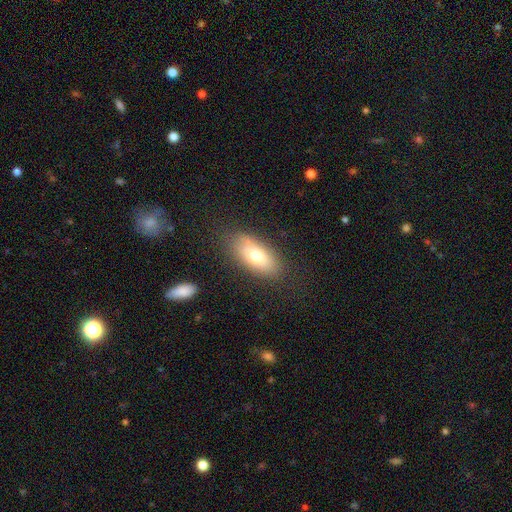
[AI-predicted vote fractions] This appears to be a smooth galaxy with no disk features (72%) that is in between round and cigar-shaped (84%). Merging: none (79%).